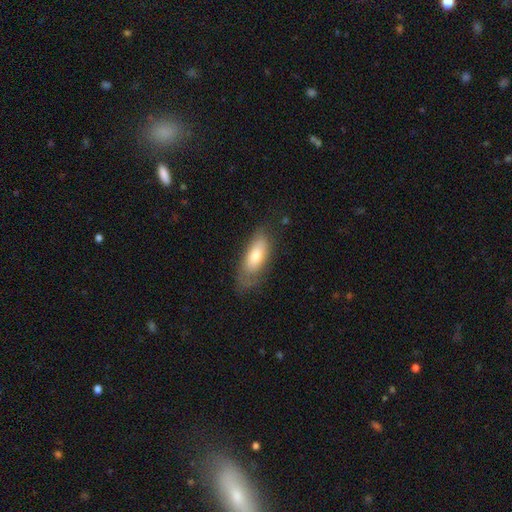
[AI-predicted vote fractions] smooth 65%, featured or disk 28%, star or artifact 7%. Down the decision tree: how rounded — in between (76%); merging — none (62%).